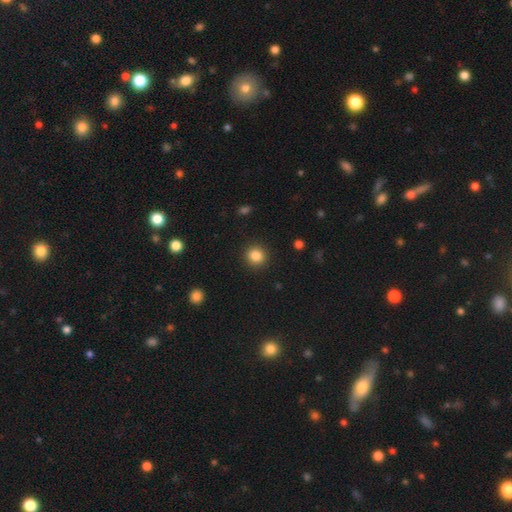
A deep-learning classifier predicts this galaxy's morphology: Q: Smooth or featured?
A: smooth (85%); runner-up: star or artifact (10%)
Q: How rounded?
A: round (92%); runner-up: in between (8%)
Q: Merging?
A: none (91%); runner-up: minor disturbance (5%)